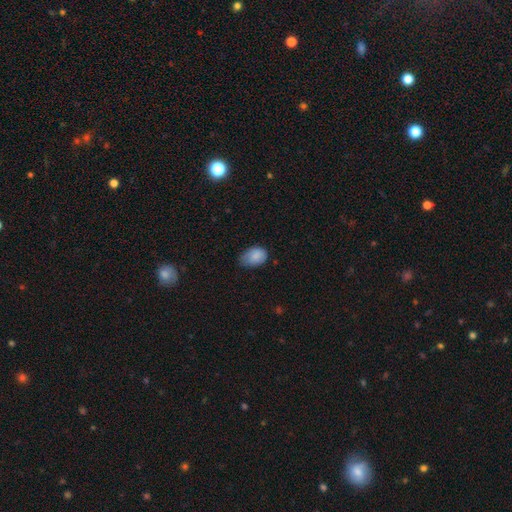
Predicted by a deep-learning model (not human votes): smooth-or-featured: smooth: 85% | featured or disk: 7% | star or artifact: 7%
  how-rounded: in between: 82% | round: 17% | cigar-shaped: 1%
  merging: none: 51% | minor disturbance: 41% | major disturbance: 8% | merger: 1%